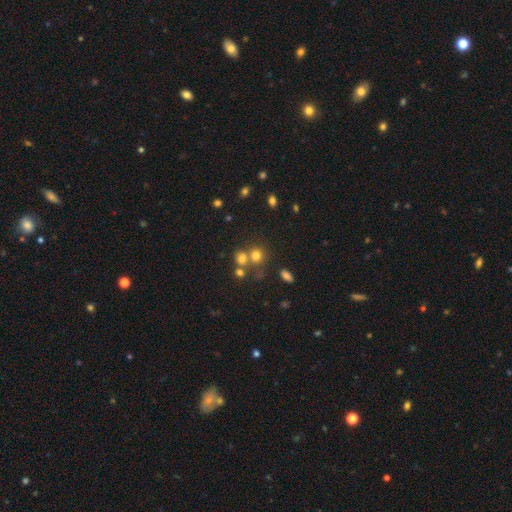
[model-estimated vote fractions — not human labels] Morphology: type=smooth (69%); roundness=round (82%); merging=none (52%).